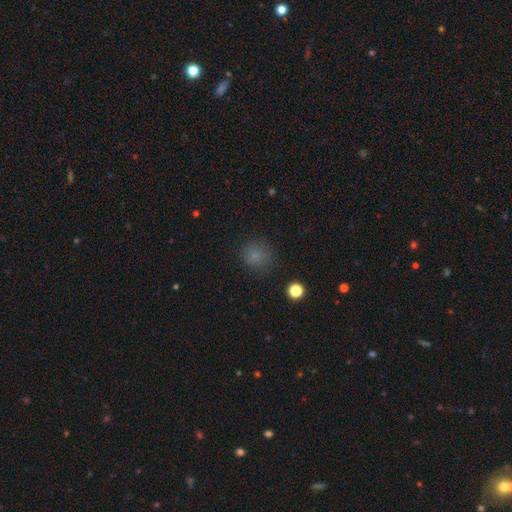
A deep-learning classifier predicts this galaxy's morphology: smooth-or-featured: smooth: 76% | star or artifact: 18% | featured or disk: 7%
  how-rounded: round: 87% | in between: 12% | cigar-shaped: 1%
  merging: none: 80% | minor disturbance: 13% | major disturbance: 5% | merger: 2%